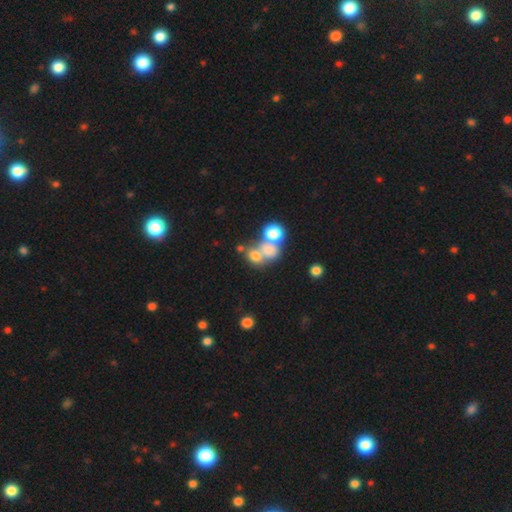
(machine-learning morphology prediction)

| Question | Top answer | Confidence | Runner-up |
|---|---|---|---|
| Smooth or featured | smooth | 68% | featured or disk (17%) |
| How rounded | round | 59% | in between (40%) |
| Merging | merger | 55% | none (30%) |